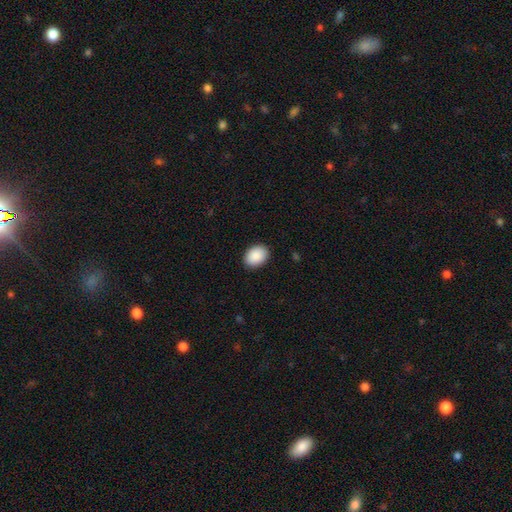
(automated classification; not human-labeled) Morphology: type=smooth (90%); roundness=in between (75%); merging=none (89%).